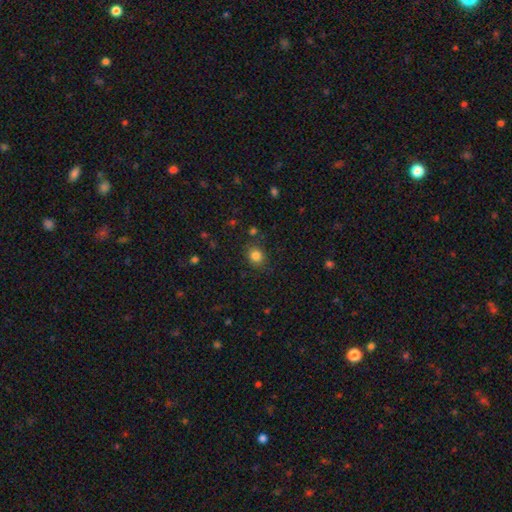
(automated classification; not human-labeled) smooth-or-featured: smooth: 82% | star or artifact: 12% | featured or disk: 6%
  how-rounded: round: 66% | in between: 33% | cigar-shaped: 1%
  merging: none: 82% | minor disturbance: 11% | major disturbance: 4% | merger: 3%